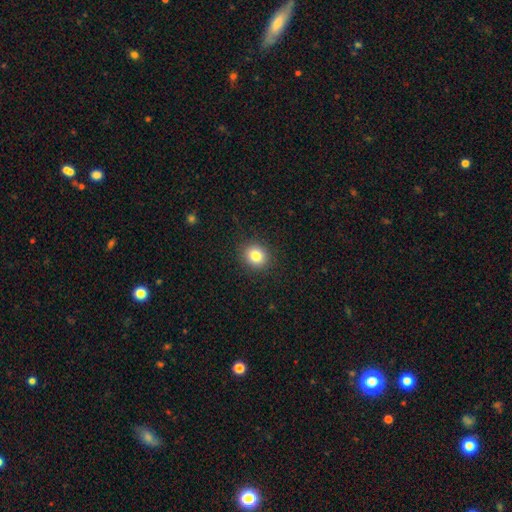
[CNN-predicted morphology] Smooth or featured: smooth — 83% (star or artifact — 11%)
How rounded: round — 78% (in between — 22%)
Merging: none — 90% (minor disturbance — 6%)